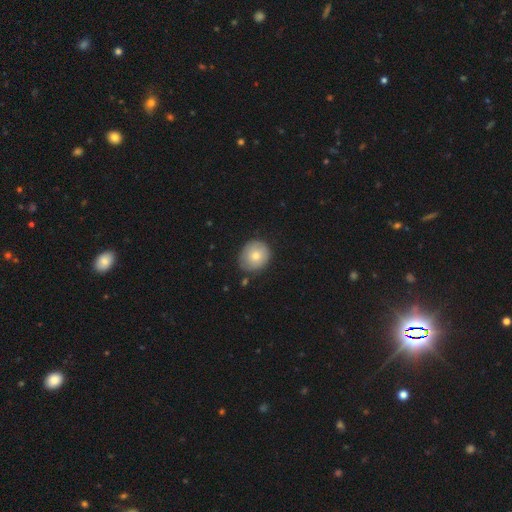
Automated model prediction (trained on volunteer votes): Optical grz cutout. It shows a smooth galaxy with no disk features (73%) that is round (79%). Merging: none (77%).